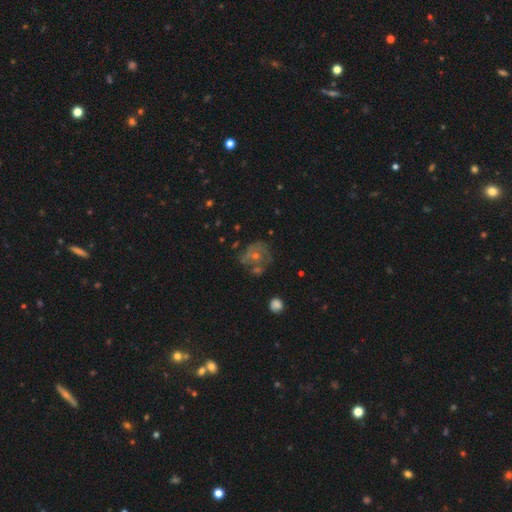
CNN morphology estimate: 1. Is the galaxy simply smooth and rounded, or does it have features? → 53% featured or disk, 27% smooth, 20% star or artifact.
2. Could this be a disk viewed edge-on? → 97% no, 3% yes.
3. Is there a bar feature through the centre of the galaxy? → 80% no, 17% weak, 4% strong.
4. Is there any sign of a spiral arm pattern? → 63% yes, 37% no.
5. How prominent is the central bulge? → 57% small, 35% moderate, 4% none, 2% large, 1% dominant.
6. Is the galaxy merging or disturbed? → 58% none, 19% minor disturbance, 13% major disturbance, 10% merger.